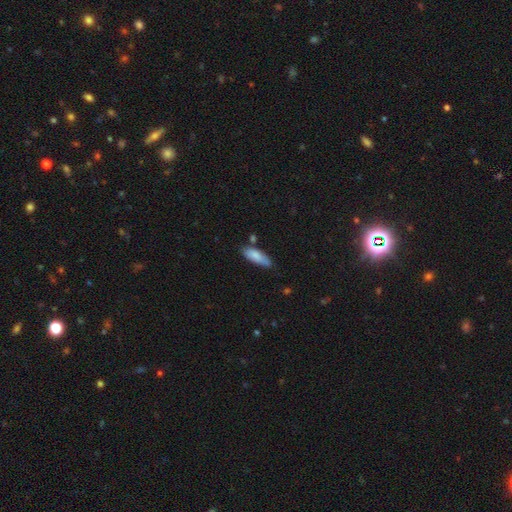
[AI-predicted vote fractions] Smooth or featured? Predicted: smooth (p=0.84). How rounded? Predicted: in between (p=0.63). Merging? Predicted: none (p=0.67).